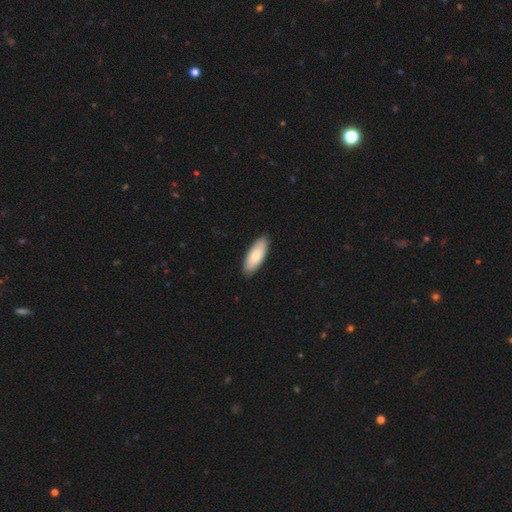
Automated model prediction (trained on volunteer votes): Smooth or featured? smooth (83%)
How rounded? in between (78%)
Merging? none (89%)